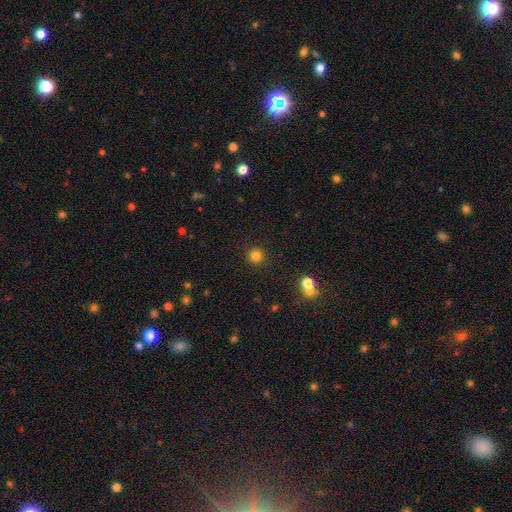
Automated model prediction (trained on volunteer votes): smooth_or_featured: smooth (p=0.82) [alt: star or artifact p=0.13]
how_rounded: round (p=0.95) [alt: in between p=0.04]
merging: none (p=0.91) [alt: minor disturbance p=0.05]